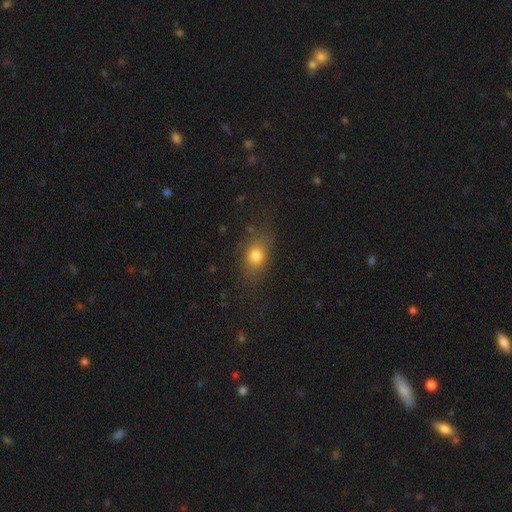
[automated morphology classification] This appears to be a smooth galaxy with no disk features (76%) that is in between round and cigar-shaped (64%). Merging: none (75%).